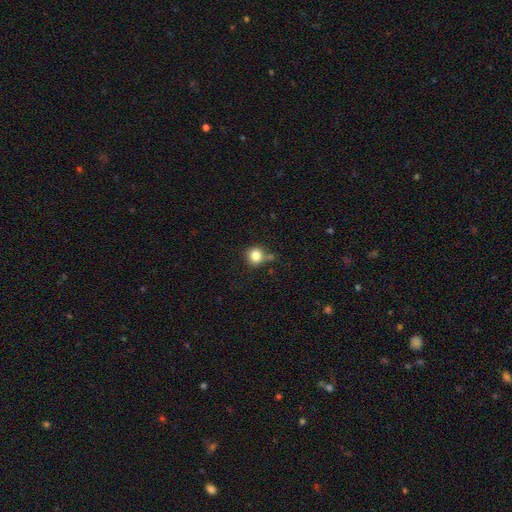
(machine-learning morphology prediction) Smooth or featured: smooth — 81% (star or artifact — 11%)
How rounded: round — 88% (in between — 11%)
Merging: none — 63% (minor disturbance — 19%)